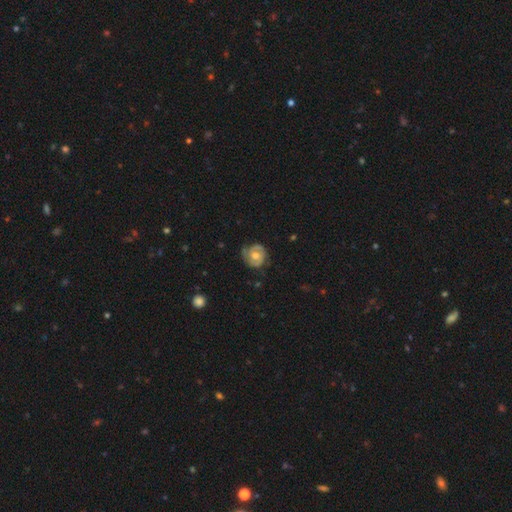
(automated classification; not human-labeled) Q: Smooth or featured?
A: featured or disk (69%); runner-up: smooth (25%)
Q: Edge-on disk?
A: no (98%); runner-up: yes (2%)
Q: Bar?
A: no (65%); runner-up: weak (29%)
Q: Spiral arms?
A: yes (87%); runner-up: no (13%)
Q: Spiral winding?
A: tight (56%); runner-up: medium (34%)
Q: Spiral arm count?
A: 2 (62%); runner-up: can't tell (17%)
Q: Bulge size?
A: moderate (67%); runner-up: small (18%)
Q: Merging?
A: none (69%); runner-up: minor disturbance (22%)